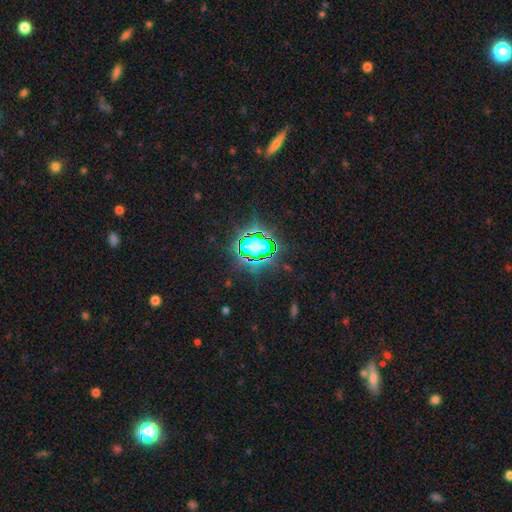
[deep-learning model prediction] smooth_or_featured: star or artifact (p=0.80) [alt: smooth p=0.12]